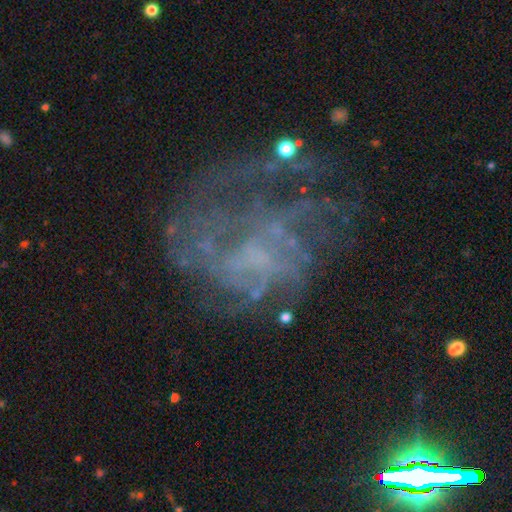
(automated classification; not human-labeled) Morphology: type=featured or disk (66%); edge-on=no (98%); bar=no (78%); spiral arms=yes (52%); bulge=none (67%); merging=none (41%).